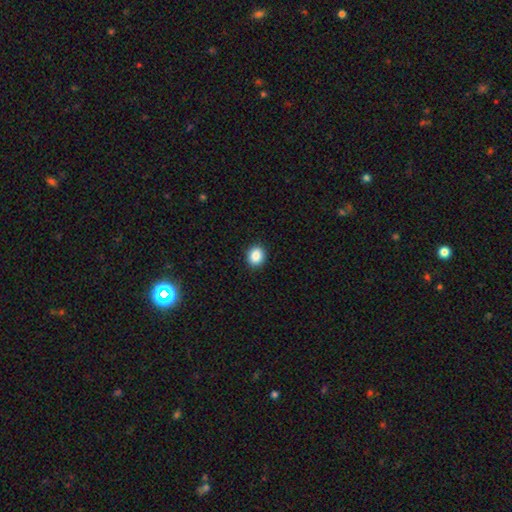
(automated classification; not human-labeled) Overall: smooth (87%). How rounded: round (64%; in between 35%). Merging: none (92%).